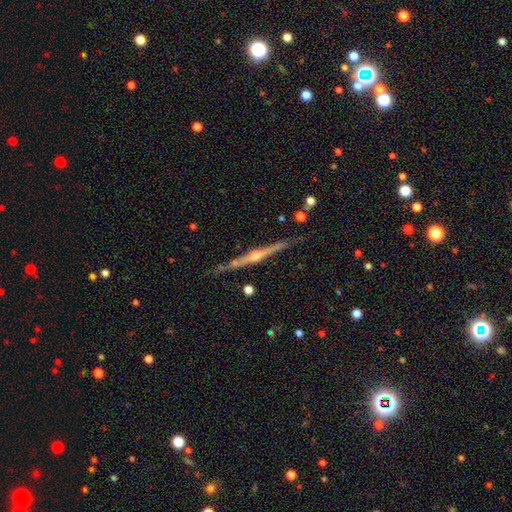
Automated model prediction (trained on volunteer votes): featured or disk 85%, smooth 9%, star or artifact 6%. Down the decision tree: edge-on disk — yes (98%); edge-on bulge — rounded (88%); merging — none (86%).